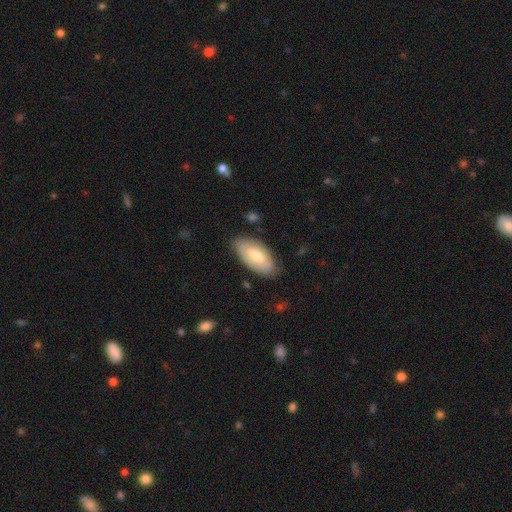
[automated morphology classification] A smooth galaxy with no disk features (61%) that is in between round and cigar-shaped (93%). Merging: none (79%).